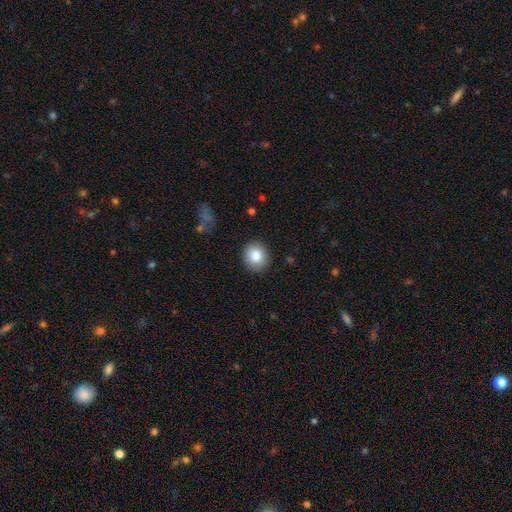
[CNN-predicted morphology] type=smooth (82%); roundness=round (84%); merging=none (90%).